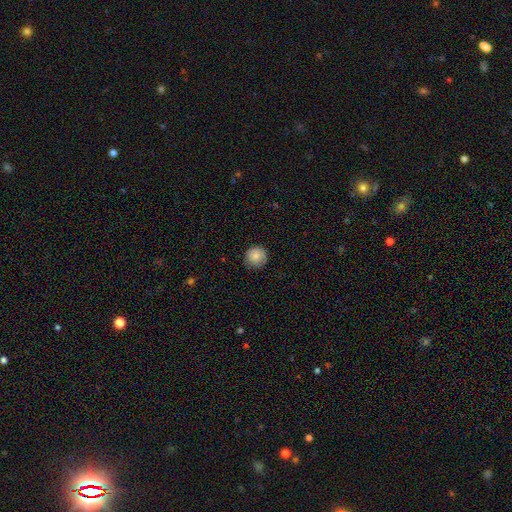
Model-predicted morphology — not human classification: Smooth or featured?
  - smooth: 84% *
  - star or artifact: 8%
  - featured or disk: 8%
How rounded?
  - round: 93% *
  - in between: 6%
  - cigar-shaped: 1%
Merging?
  - none: 81% *
  - minor disturbance: 15%
  - major disturbance: 3%
  - merger: 1%